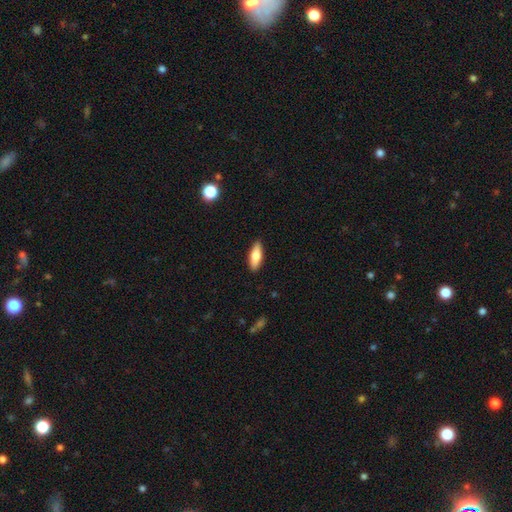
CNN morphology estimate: Overall: smooth (74%). How rounded: in between (59%; cigar-shaped 39%). Merging: none (90%).